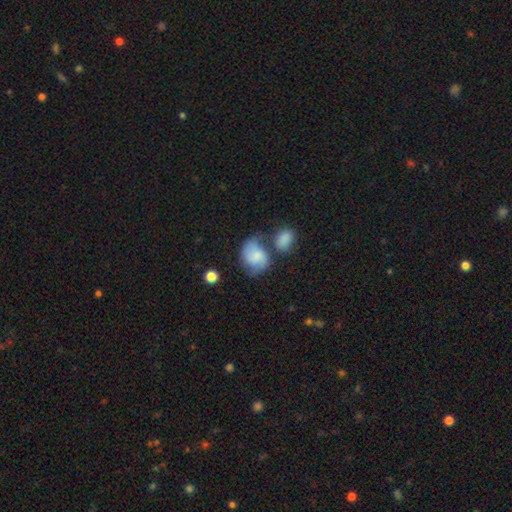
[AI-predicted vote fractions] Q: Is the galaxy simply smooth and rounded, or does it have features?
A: smooth — 55%.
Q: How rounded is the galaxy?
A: in between — 56%.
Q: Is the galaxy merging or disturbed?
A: none — 37%.